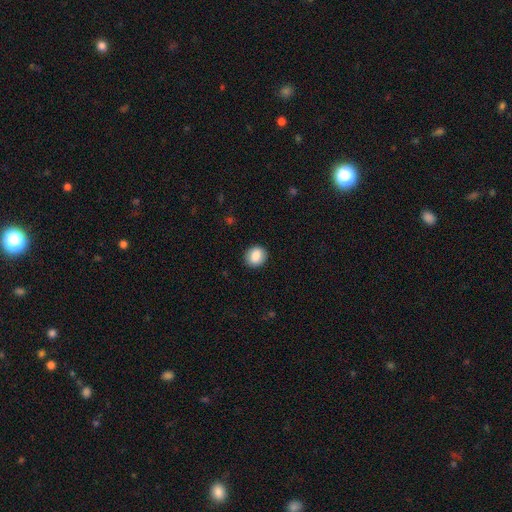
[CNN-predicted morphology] A smooth galaxy with no disk features (85%) that is round (70%). Merging: none (89%).